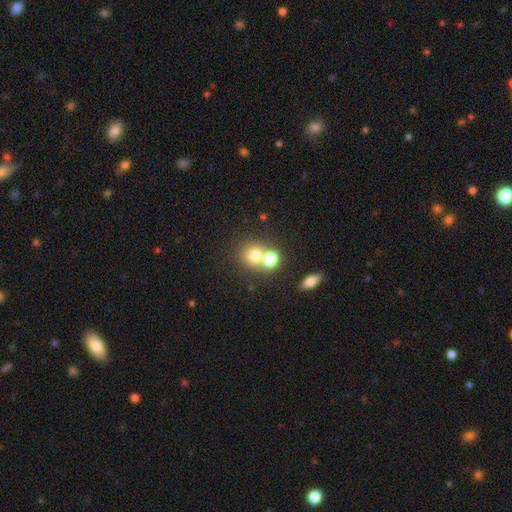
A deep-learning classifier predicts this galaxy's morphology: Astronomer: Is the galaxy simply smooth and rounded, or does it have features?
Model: smooth — 72%.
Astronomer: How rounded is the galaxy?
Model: round — 81%.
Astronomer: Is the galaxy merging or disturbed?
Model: merger — 49% (runner-up: none, 41%).